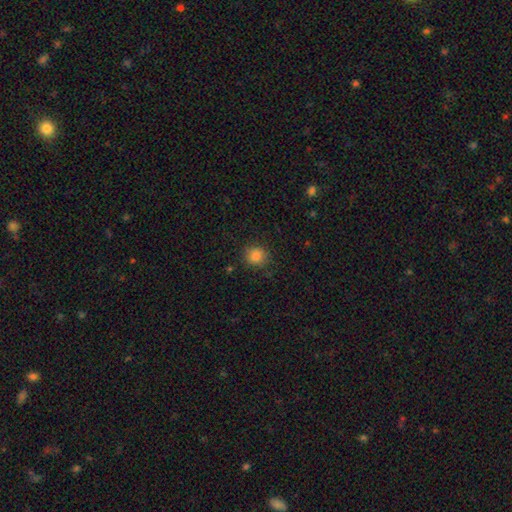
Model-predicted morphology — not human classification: Smooth or featured? smooth (84%)
How rounded? round (80%)
Merging? none (82%)